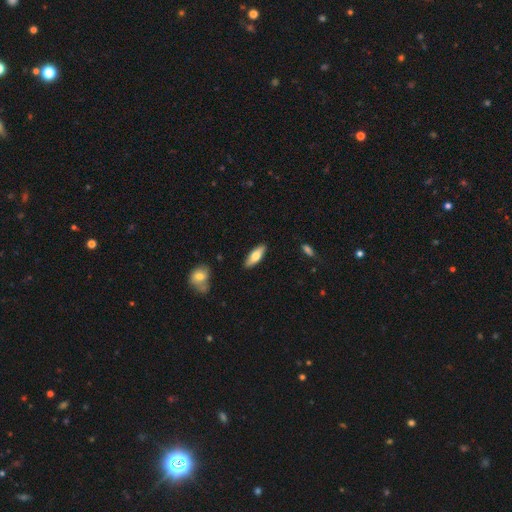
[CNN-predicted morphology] Overall: smooth (68%). How rounded: in between (59%; cigar-shaped 39%). Merging: none (87%).